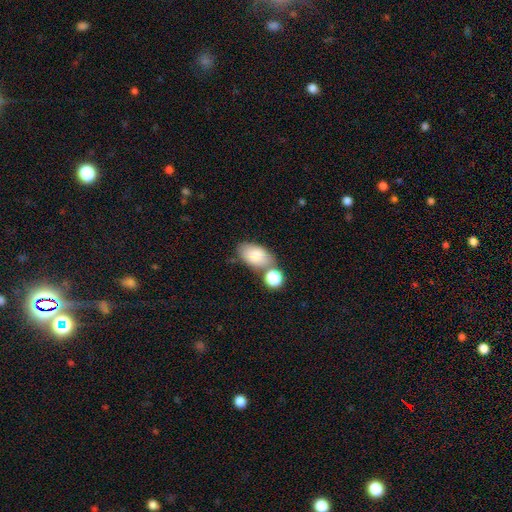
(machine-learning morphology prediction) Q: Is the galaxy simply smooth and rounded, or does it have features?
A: smooth — 80%.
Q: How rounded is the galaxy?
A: in between — 91%.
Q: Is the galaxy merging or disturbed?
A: none — 57%.